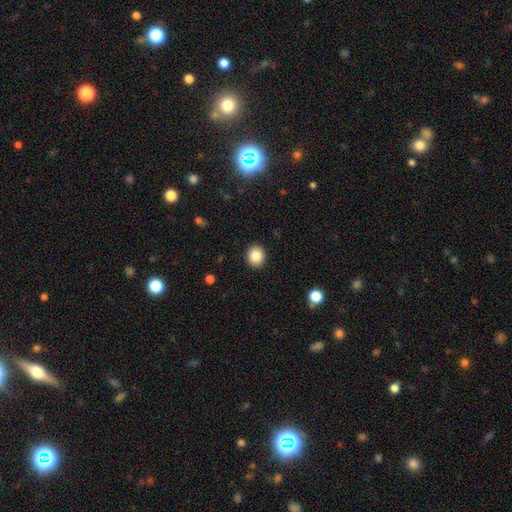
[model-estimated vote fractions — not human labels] Smooth or featured? smooth (85%)
How rounded? round (76%)
Merging? none (92%)